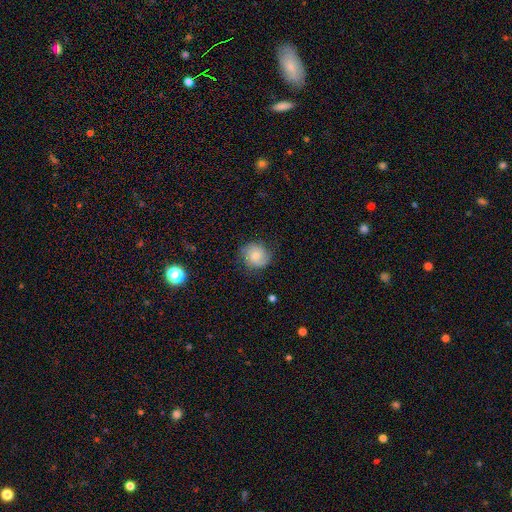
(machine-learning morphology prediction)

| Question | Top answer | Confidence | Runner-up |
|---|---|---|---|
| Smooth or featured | smooth | 62% | featured or disk (30%) |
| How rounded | round | 82% | in between (17%) |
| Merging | none | 74% | minor disturbance (20%) |